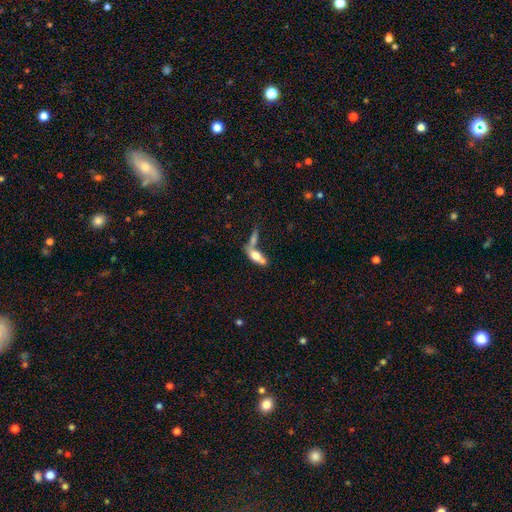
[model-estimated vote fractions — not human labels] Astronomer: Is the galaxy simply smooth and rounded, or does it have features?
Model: smooth — 58% (runner-up: featured or disk, 34%).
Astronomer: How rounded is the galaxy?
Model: in between — 69%.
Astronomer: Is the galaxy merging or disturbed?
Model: merger — 49% (runner-up: none, 30%).